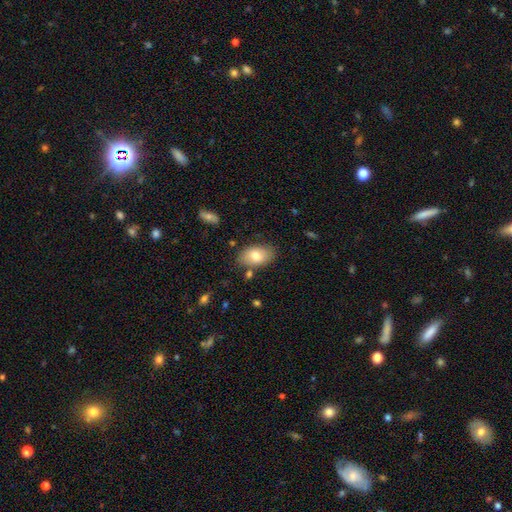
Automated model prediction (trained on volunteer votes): This appears to be a smooth galaxy with no disk features (76%) that is in between round and cigar-shaped (91%). Merging: none (79%).